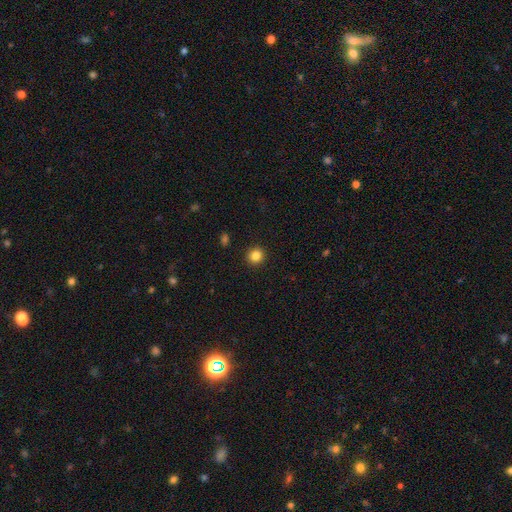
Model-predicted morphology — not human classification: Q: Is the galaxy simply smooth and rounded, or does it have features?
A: smooth — 84%.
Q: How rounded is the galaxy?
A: round — 93%.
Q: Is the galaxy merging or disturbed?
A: none — 93%.